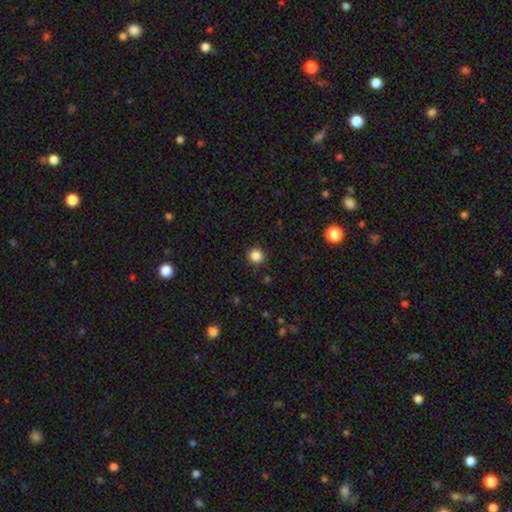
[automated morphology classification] The model was most divided on "smooth or featured": smooth: 86%, star or artifact: 11%, featured or disk: 3%. More confident: merging — none (91%); how rounded — round (90%).